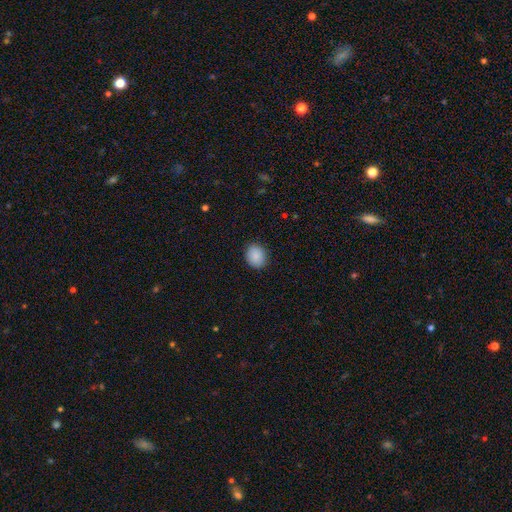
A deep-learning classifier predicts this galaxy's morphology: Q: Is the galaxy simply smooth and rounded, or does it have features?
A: smooth — 89%.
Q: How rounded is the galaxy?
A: round — 64%.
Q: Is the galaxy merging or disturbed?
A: none — 88%.